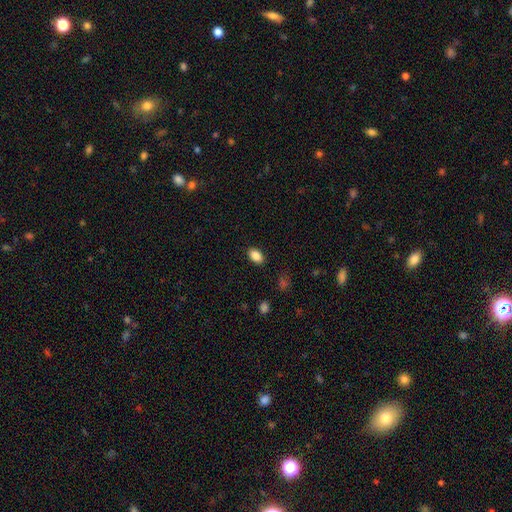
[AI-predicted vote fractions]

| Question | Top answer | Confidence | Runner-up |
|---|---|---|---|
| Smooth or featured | smooth | 87% | star or artifact (8%) |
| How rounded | in between | 90% | round (9%) |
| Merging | none | 88% | minor disturbance (9%) |